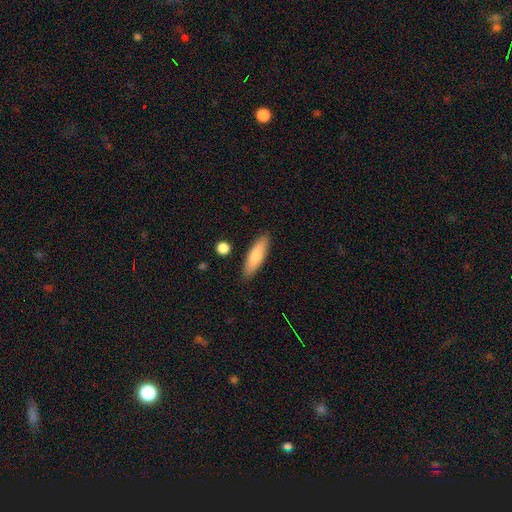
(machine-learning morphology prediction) The model was most divided on "how rounded": cigar-shaped: 58%, in between: 40%, round: 2%. More confident: merging — none (87%); smooth or featured — smooth (75%).